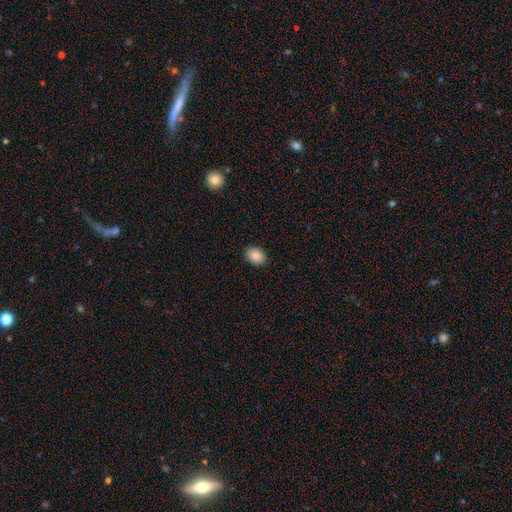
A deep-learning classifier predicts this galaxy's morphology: This appears to be a smooth galaxy with no disk features (88%) that is in between round and cigar-shaped (74%). Merging: none (90%).